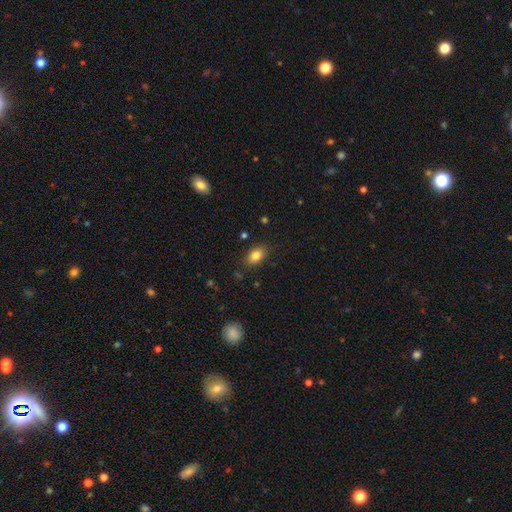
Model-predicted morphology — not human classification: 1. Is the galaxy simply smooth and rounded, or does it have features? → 83% smooth, 9% star or artifact, 8% featured or disk.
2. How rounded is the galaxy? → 86% in between, 12% round, 2% cigar-shaped.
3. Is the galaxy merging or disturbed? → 84% none, 11% minor disturbance, 3% major disturbance, 2% merger.